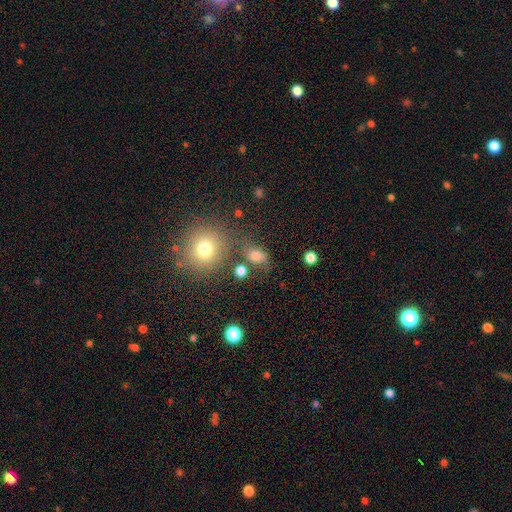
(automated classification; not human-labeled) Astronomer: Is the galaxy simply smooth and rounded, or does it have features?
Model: smooth — 71%.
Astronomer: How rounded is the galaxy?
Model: in between — 61% (runner-up: round, 37%).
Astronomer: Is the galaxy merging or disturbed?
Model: none — 57%.